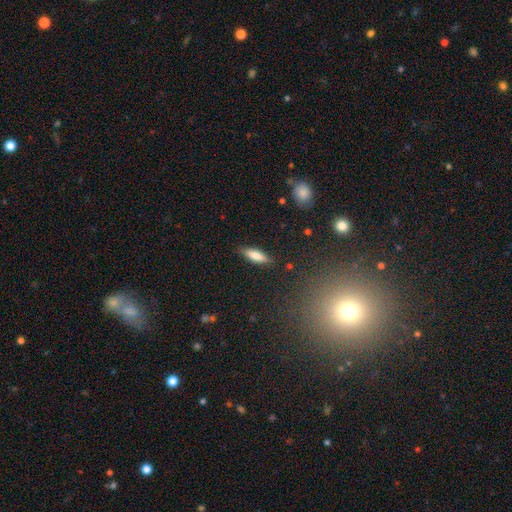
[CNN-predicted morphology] Smooth or featured?
  - smooth: 80% *
  - featured or disk: 14%
  - star or artifact: 7%
How rounded?
  - in between: 49% * (tied)
  - cigar-shaped: 49% * (tied)
  - round: 2%
Merging?
  - none: 86% *
  - minor disturbance: 10%
  - major disturbance: 2%
  - merger: 1%